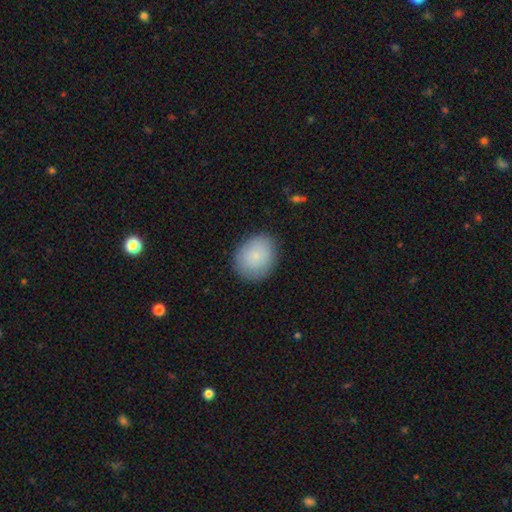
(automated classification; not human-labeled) Overall: smooth (83%). How rounded: round (60%; in between 39%). Merging: none (85%).